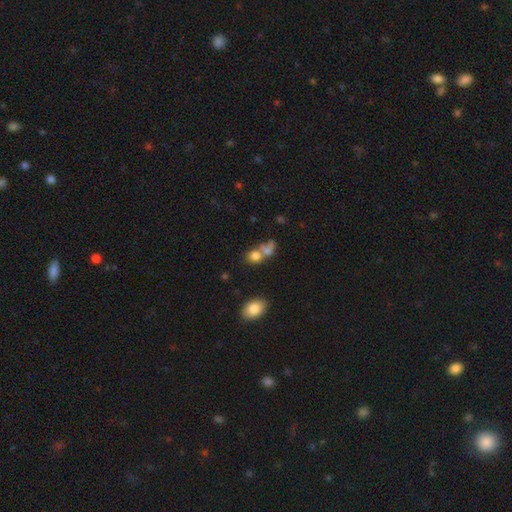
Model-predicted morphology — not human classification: Smooth or featured?
  - smooth: 76% *
  - featured or disk: 12%
  - star or artifact: 12%
How rounded?
  - round: 56% *
  - in between: 42%
  - cigar-shaped: 2%
Merging?
  - merger: 53% *
  - none: 32%
  - minor disturbance: 9%
  - major disturbance: 6%